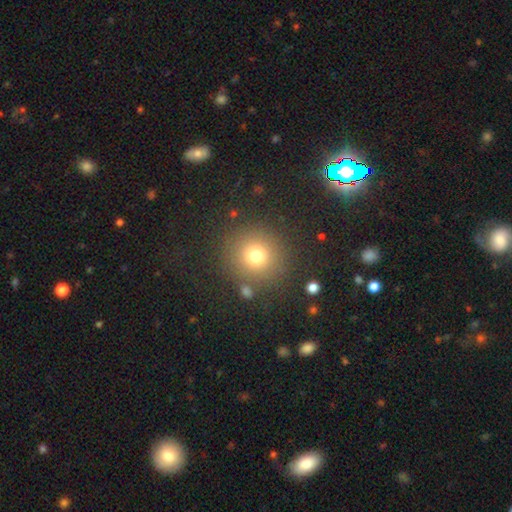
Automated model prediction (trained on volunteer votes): This appears to be a smooth galaxy with no disk features (75%) that is round (93%). Merging: none (85%).